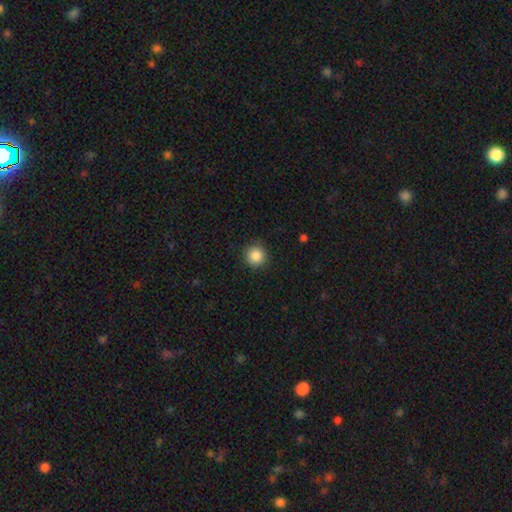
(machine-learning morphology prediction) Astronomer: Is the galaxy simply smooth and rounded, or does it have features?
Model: smooth — 86%.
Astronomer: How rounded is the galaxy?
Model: round — 95%.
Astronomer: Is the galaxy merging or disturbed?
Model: none — 91%.